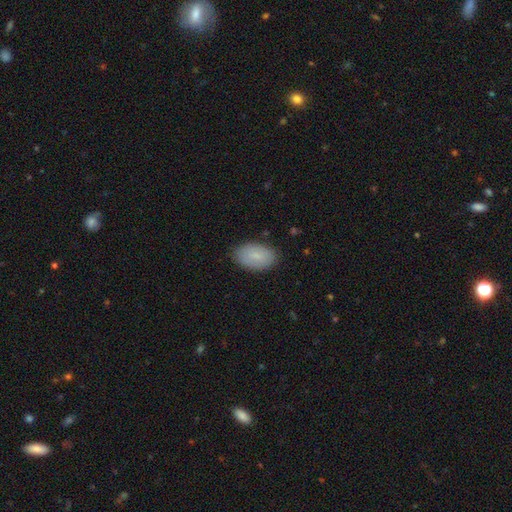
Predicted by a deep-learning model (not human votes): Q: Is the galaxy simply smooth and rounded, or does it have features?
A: smooth — 82%.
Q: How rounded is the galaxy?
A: in between — 93%.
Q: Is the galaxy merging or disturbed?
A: none — 84%.